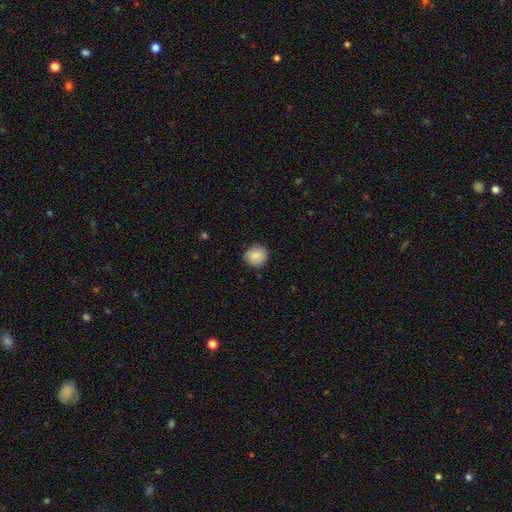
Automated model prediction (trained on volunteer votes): smooth-or-featured: smooth: 87% | star or artifact: 7% | featured or disk: 6%
  how-rounded: round: 86% | in between: 13% | cigar-shaped: 1%
  merging: none: 85% | minor disturbance: 12% | major disturbance: 2% | merger: 1%